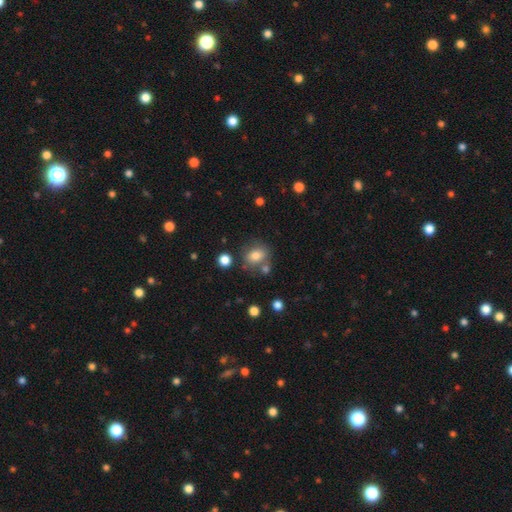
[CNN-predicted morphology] A smooth galaxy with no disk features (77%) that is round (53%). Merging: none (65%).